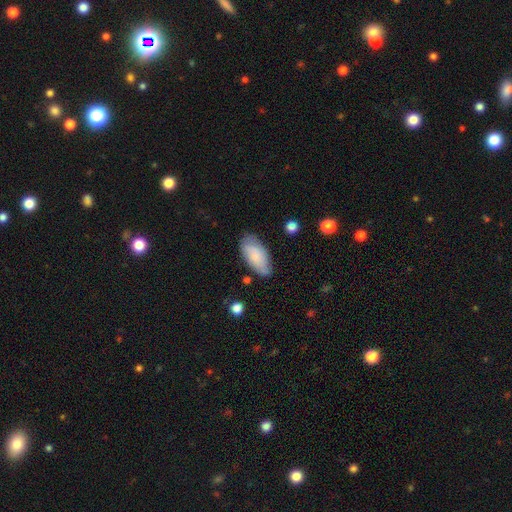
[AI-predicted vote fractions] The model was most divided on "merging": none: 72%, minor disturbance: 21%, major disturbance: 4%, merger: 2%. More confident: how rounded — in between (91%); smooth or featured — smooth (74%).